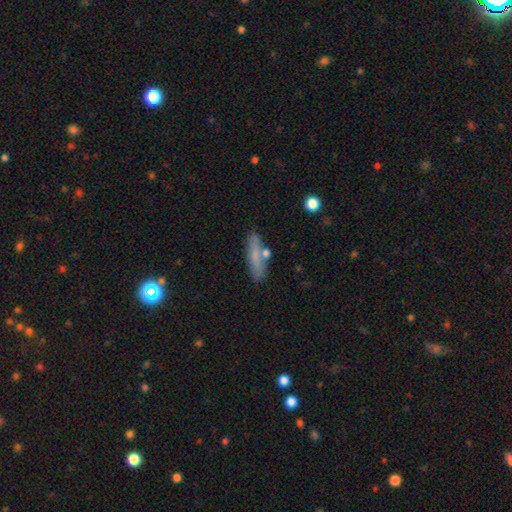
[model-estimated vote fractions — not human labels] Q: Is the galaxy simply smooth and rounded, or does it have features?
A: smooth — 70%.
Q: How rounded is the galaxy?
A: cigar-shaped — 71%.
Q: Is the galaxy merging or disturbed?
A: none — 76%.